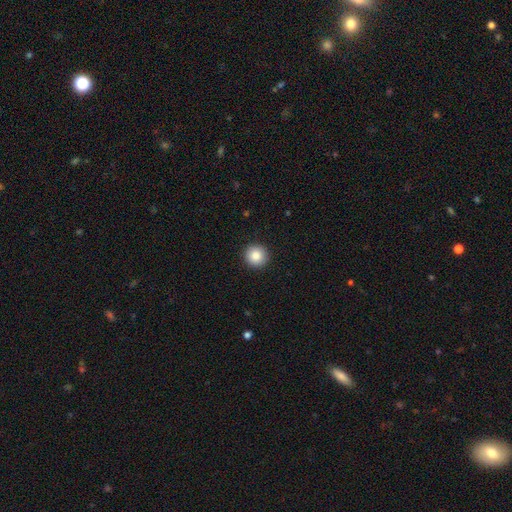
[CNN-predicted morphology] Smooth or featured? Predicted: smooth (p=0.86). How rounded? Predicted: round (p=0.96). Merging? Predicted: none (p=0.93).